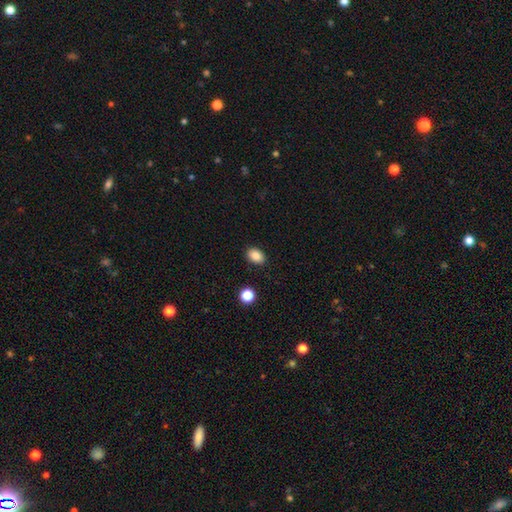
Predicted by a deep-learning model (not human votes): Smooth or featured: smooth — 86% (star or artifact — 9%)
How rounded: in between — 78% (round — 21%)
Merging: none — 88% (minor disturbance — 8%)